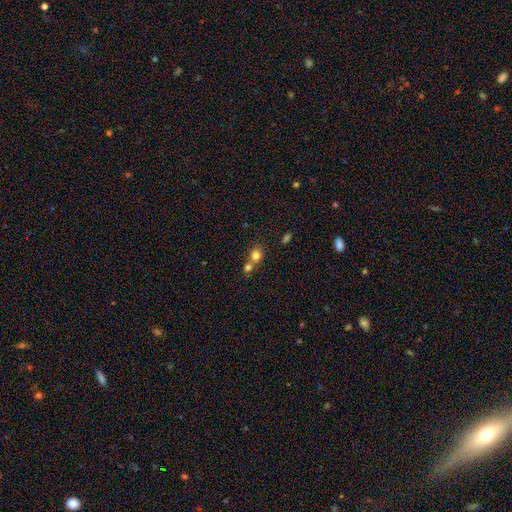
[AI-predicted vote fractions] Smooth or featured? smooth (78%)
How rounded? round (69%)
Merging? merger (54%)